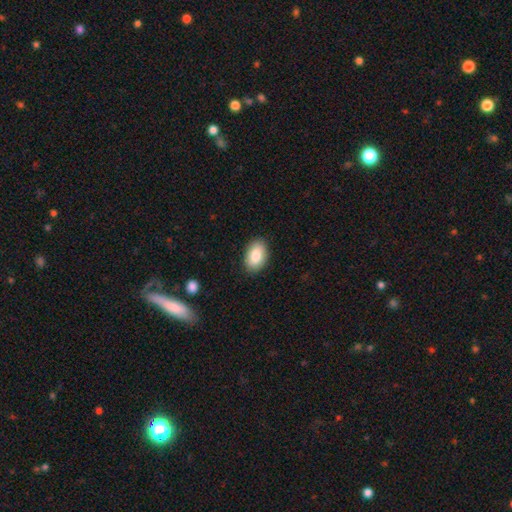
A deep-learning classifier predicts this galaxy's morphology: Q: Smooth or featured?
A: smooth (83%); runner-up: featured or disk (10%)
Q: How rounded?
A: in between (91%); runner-up: round (8%)
Q: Merging?
A: none (87%); runner-up: minor disturbance (10%)